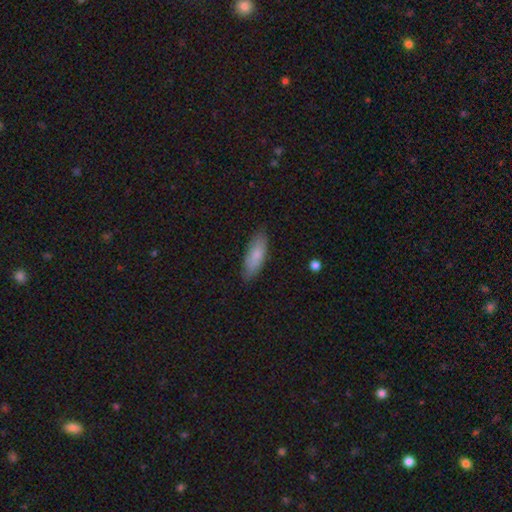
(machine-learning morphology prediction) smooth-or-featured: smooth: 81% | featured or disk: 13% | star or artifact: 6%
  how-rounded: in between: 64% | cigar-shaped: 34% | round: 2%
  merging: none: 85% | minor disturbance: 11% | major disturbance: 2% | merger: 1%